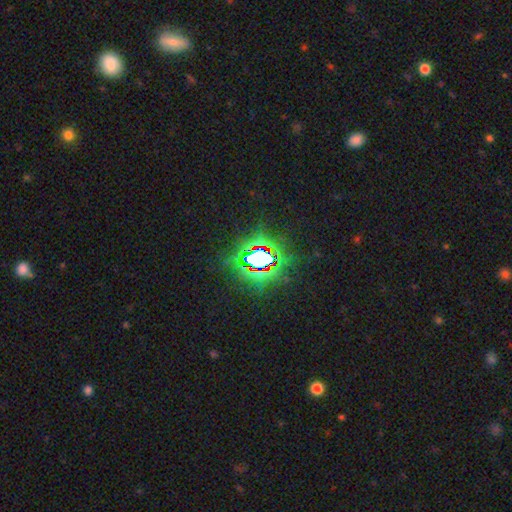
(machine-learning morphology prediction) The model was most divided on "smooth or featured": star or artifact: 75%, smooth: 15%, featured or disk: 10%.